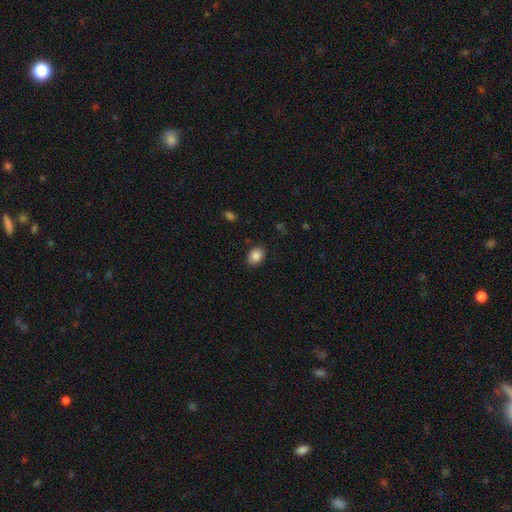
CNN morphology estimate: The model was most divided on "how rounded": in between: 70%, round: 29%, cigar-shaped: 1%. More confident: smooth or featured — smooth (87%); merging — none (86%).